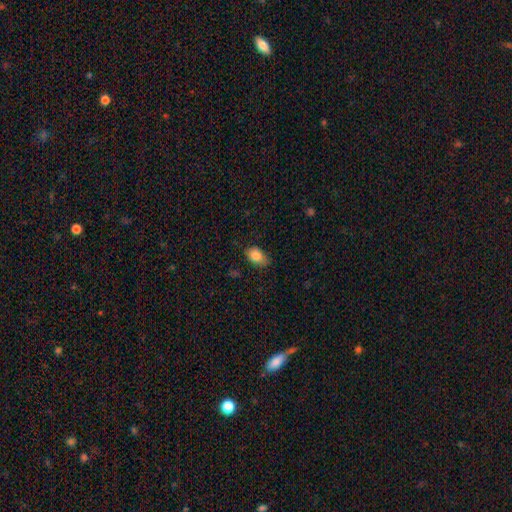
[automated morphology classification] This appears to be a smooth galaxy with no disk features (84%) that is in between round and cigar-shaped (82%). Merging: none (71%).